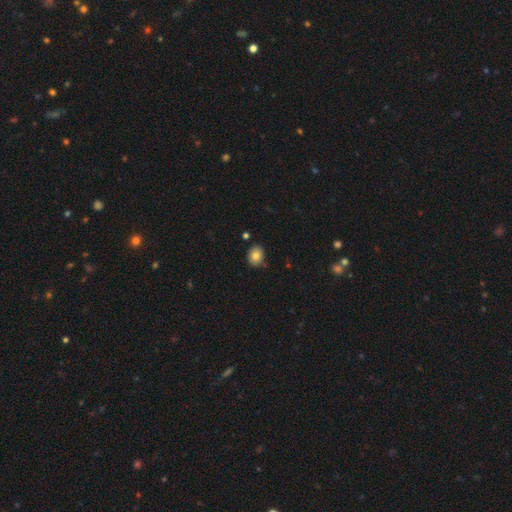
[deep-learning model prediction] Smooth or featured?
  - smooth: 80% *
  - featured or disk: 10%
  - star or artifact: 10%
How rounded?
  - in between: 52% *
  - round: 47%
  - cigar-shaped: 1%
Merging?
  - none: 83% *
  - minor disturbance: 12%
  - merger: 3%
  - major disturbance: 2%